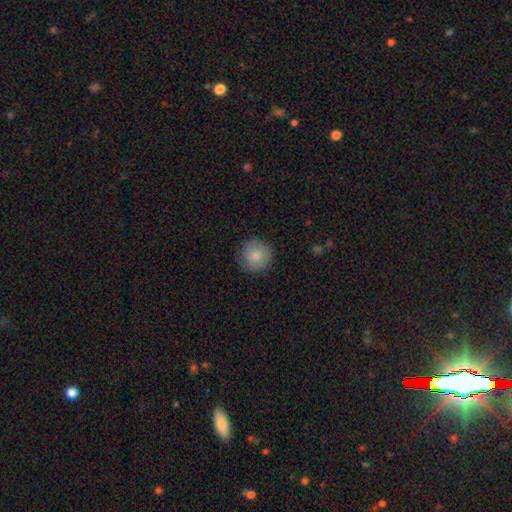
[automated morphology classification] Smooth or featured: smooth — 85% (star or artifact — 8%)
How rounded: round — 95% (in between — 4%)
Merging: none — 88% (minor disturbance — 9%)